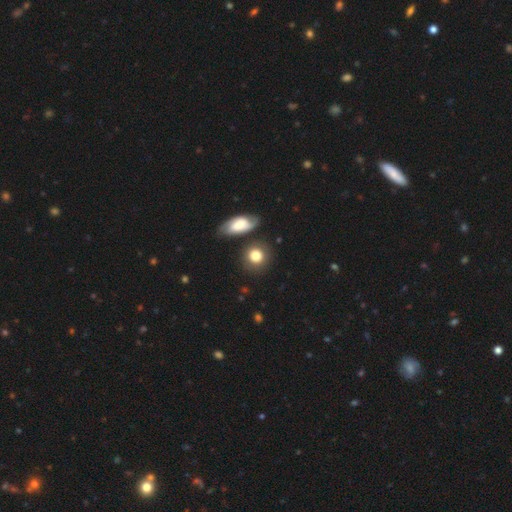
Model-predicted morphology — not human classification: The model was most divided on "merging": none: 73%, minor disturbance: 14%, merger: 9%, major disturbance: 5%. More confident: how rounded — round (80%); smooth or featured — smooth (78%).